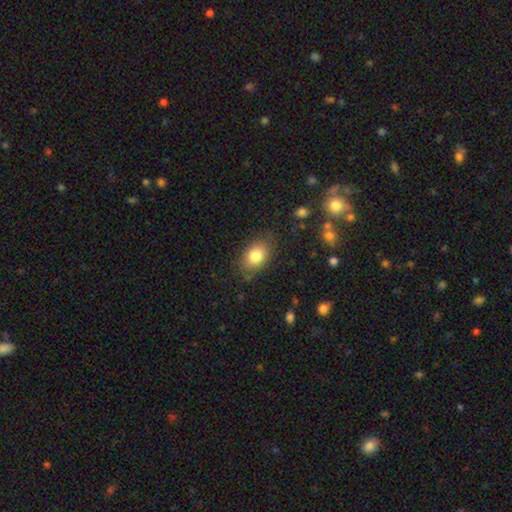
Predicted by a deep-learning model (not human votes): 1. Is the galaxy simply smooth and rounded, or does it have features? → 82% smooth, 10% featured or disk, 8% star or artifact.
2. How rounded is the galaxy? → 82% in between, 17% round, 1% cigar-shaped.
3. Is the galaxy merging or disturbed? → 79% none, 15% minor disturbance, 4% major disturbance, 2% merger.